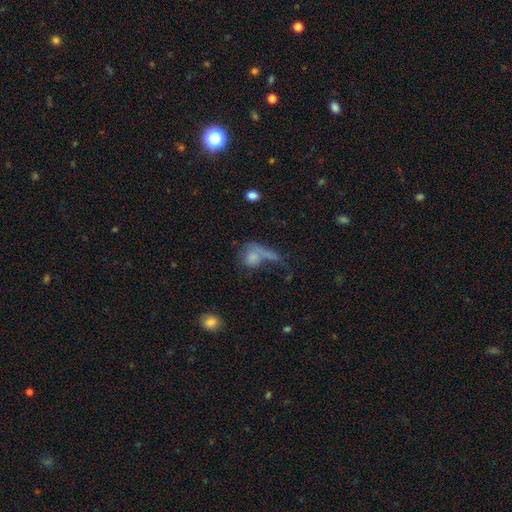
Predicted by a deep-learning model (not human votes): A smooth galaxy with no disk features (68%) that is round (53%). Merging: none (36%).